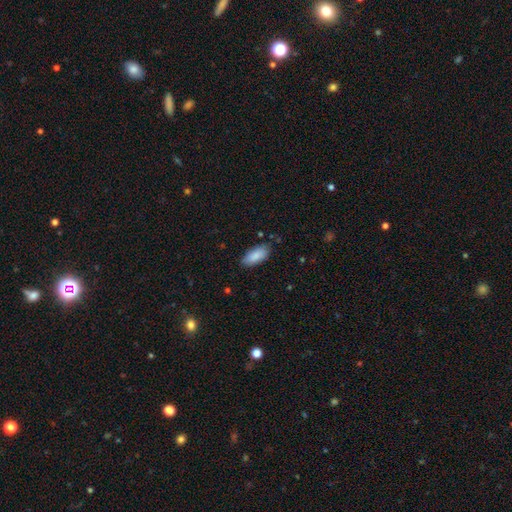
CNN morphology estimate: type=smooth (88%); roundness=in between (88%); merging=none (82%).